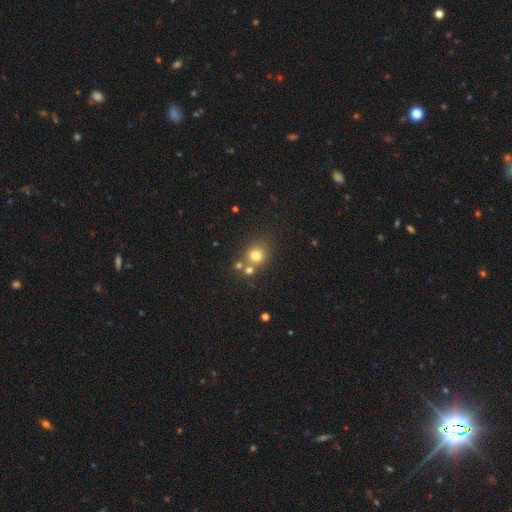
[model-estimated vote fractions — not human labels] The model was most divided on "merging": none: 62%, merger: 24%, minor disturbance: 10%, major disturbance: 4%. More confident: how rounded — round (81%); smooth or featured — smooth (75%).